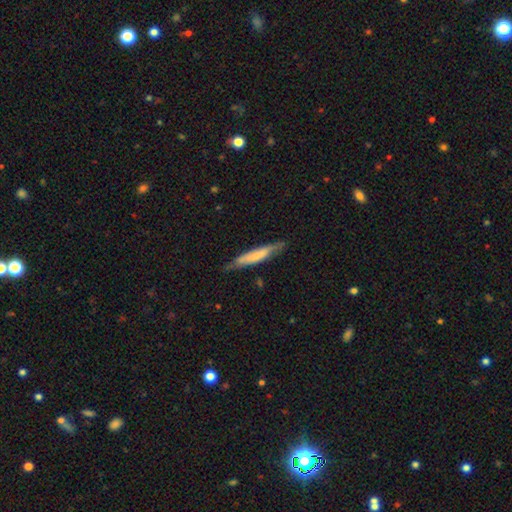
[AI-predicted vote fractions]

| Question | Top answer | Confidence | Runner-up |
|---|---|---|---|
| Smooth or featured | smooth | 59% | featured or disk (35%) |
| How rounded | cigar-shaped | 91% | in between (8%) |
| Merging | none | 74% | minor disturbance (20%) |